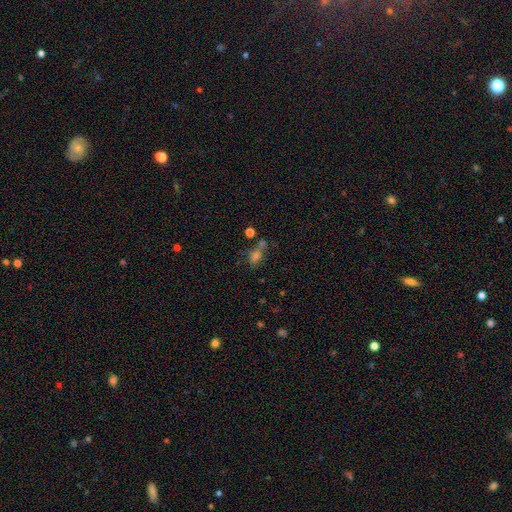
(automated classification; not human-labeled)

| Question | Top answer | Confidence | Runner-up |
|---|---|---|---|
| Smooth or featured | smooth | 60% | star or artifact (23%) |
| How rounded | in between | 72% | round (20%) |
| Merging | none | 48% | merger (25%) |